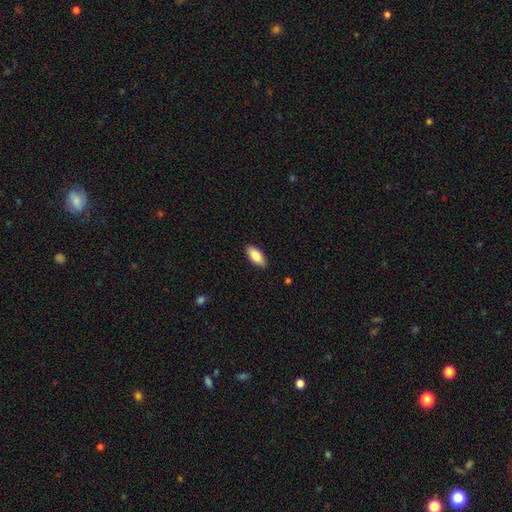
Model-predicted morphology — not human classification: type=smooth (85%); roundness=in between (88%); merging=none (88%).